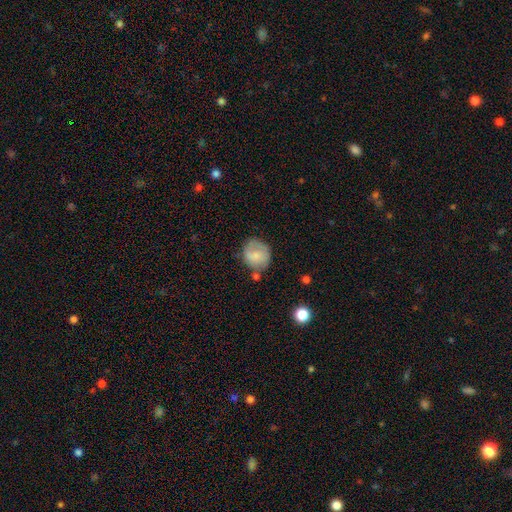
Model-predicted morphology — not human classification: Q: Smooth or featured?
A: smooth (72%); runner-up: featured or disk (20%)
Q: How rounded?
A: round (73%); runner-up: in between (26%)
Q: Merging?
A: none (54%); runner-up: minor disturbance (27%)